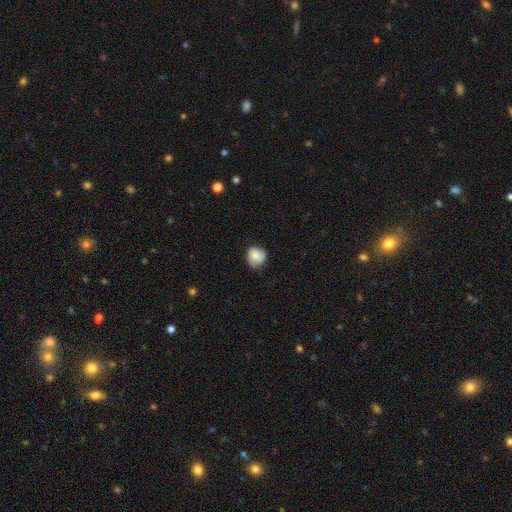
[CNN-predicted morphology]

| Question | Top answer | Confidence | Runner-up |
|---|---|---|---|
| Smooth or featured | smooth | 78% | featured or disk (14%) |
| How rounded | round | 80% | in between (19%) |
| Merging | none | 68% | minor disturbance (25%) |